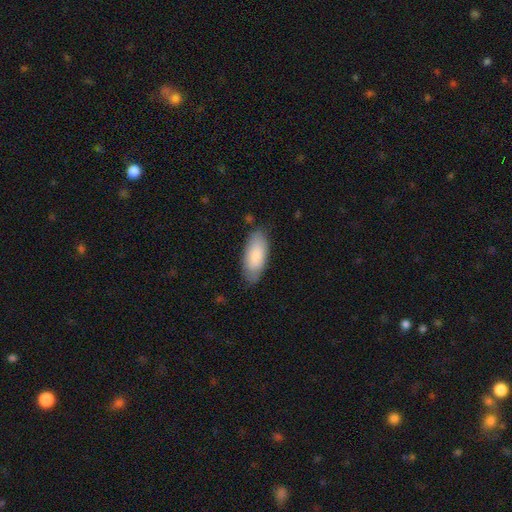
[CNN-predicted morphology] The model was most divided on "merging": none: 78%, minor disturbance: 17%, major disturbance: 3%, merger: 2%. More confident: how rounded — in between (86%); smooth or featured — smooth (82%).